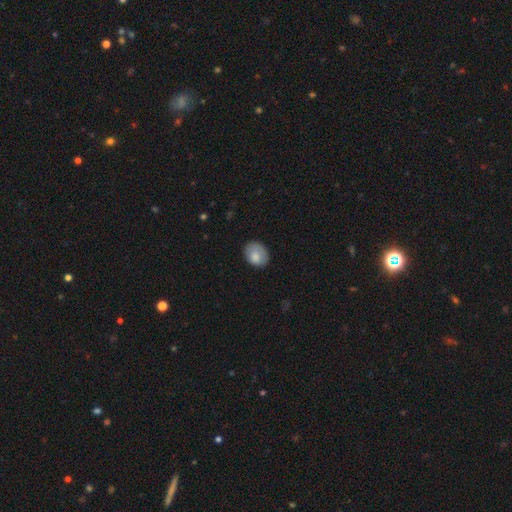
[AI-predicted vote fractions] Morphology: type=smooth (81%); roundness=in between (60%); merging=none (70%).